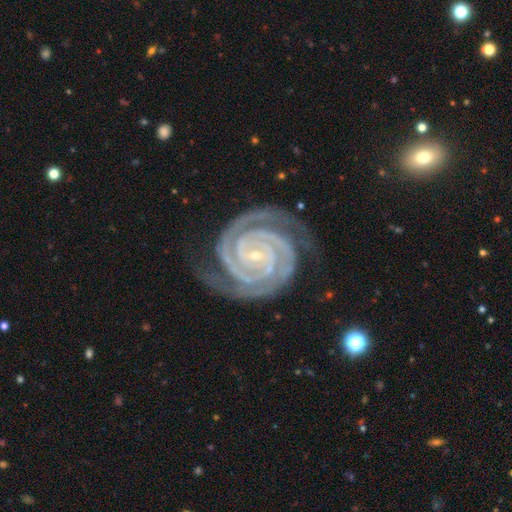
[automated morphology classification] type=featured or disk (94%); edge-on=no (98%); bar=no (49%); spiral arms=yes (99%); winding=tight (89%); arm count=2 (74%); bulge=small (88%); merging=none (78%).